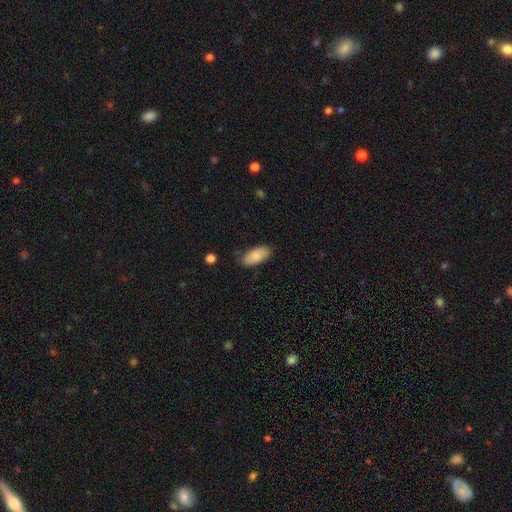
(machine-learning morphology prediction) type=smooth (86%); roundness=in between (91%); merging=none (80%).